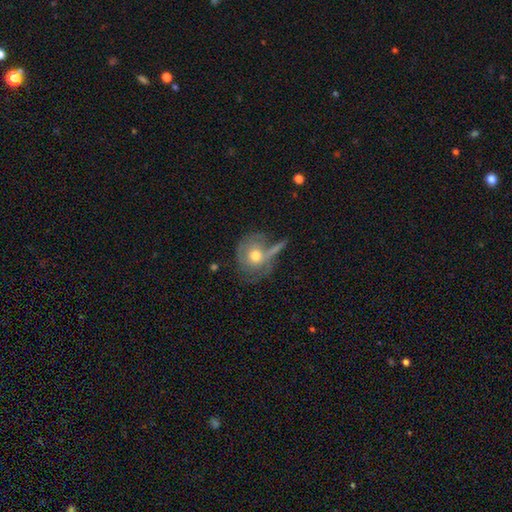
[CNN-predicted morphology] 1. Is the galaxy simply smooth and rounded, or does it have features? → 56% smooth, 36% featured or disk, 8% star or artifact.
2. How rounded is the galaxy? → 75% round, 23% in between, 2% cigar-shaped.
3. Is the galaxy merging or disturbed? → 48% none, 21% minor disturbance, 17% merger, 14% major disturbance.